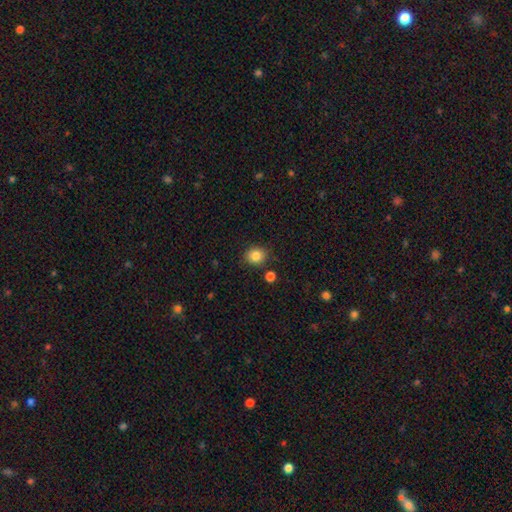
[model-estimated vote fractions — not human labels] Morphology: type=smooth (84%); roundness=round (76%); merging=none (83%).